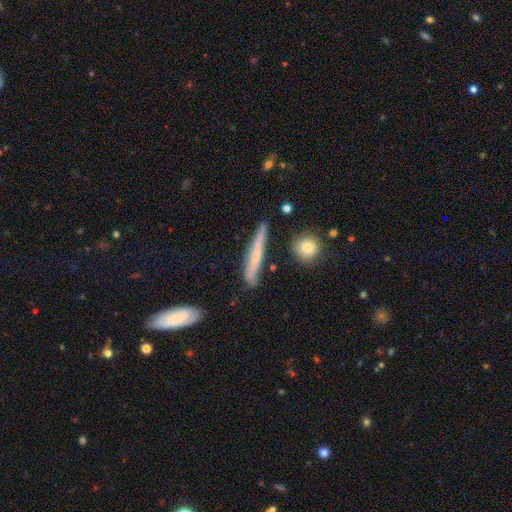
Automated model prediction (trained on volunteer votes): This appears to be a smooth galaxy with no disk features (48%). Merging: none (74%).